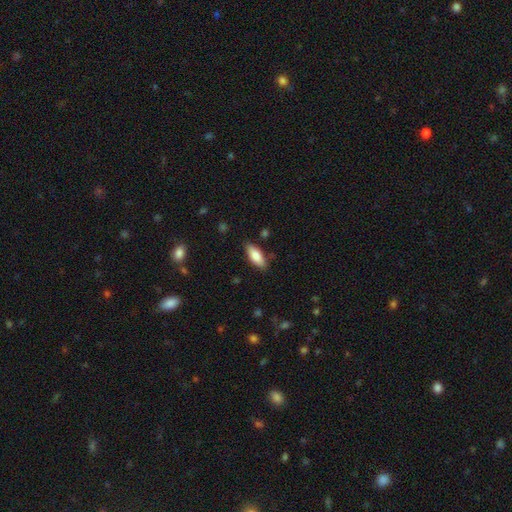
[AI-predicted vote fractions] smooth_or_featured: smooth (p=0.81) [alt: featured or disk p=0.13]
how_rounded: in between (p=0.77) [alt: cigar-shaped p=0.21]
merging: none (p=0.85) [alt: minor disturbance p=0.11]